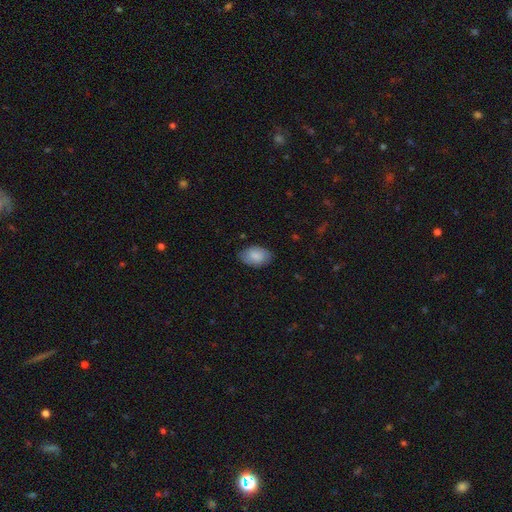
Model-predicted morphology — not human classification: This appears to be a smooth galaxy with no disk features (84%) that is in between round and cigar-shaped (91%). Merging: none (79%).